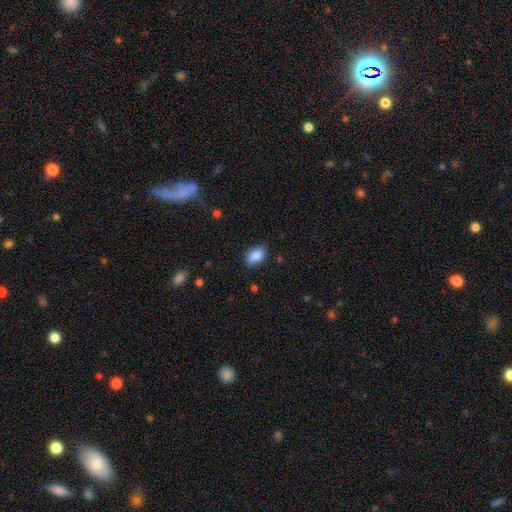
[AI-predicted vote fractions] A smooth galaxy with no disk features (88%) that is in between round and cigar-shaped (88%). Merging: none (81%).